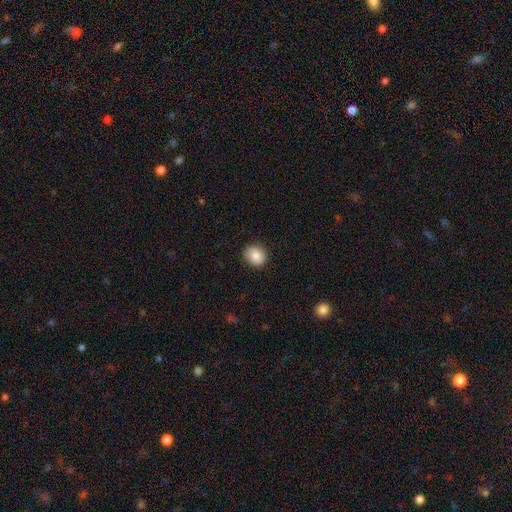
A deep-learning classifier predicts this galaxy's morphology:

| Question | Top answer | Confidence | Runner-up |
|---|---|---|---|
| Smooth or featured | smooth | 83% | featured or disk (9%) |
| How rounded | round | 76% | in between (23%) |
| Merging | none | 86% | minor disturbance (11%) |